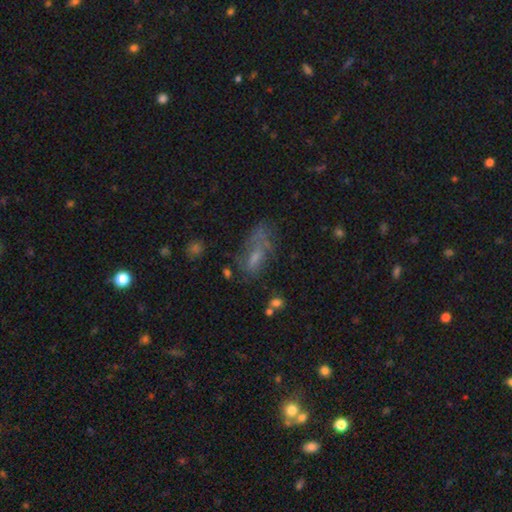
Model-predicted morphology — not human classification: The model was most divided on "merging": none: 39%, major disturbance: 28%, minor disturbance: 25%, merger: 8%. Remaining: smooth or featured — smooth (47%).